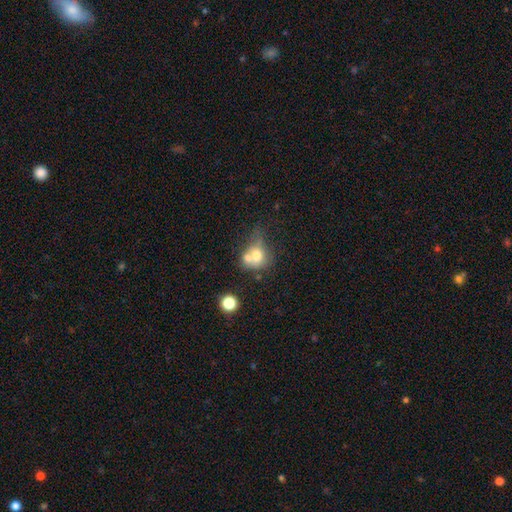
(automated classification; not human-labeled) A smooth galaxy with no disk features (67%) that is round (66%). Merging: merger (52%).